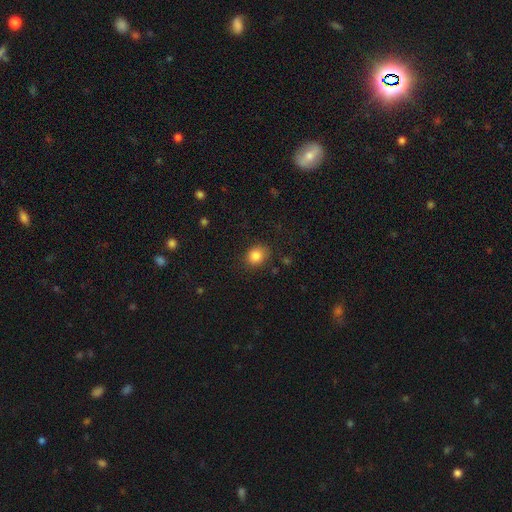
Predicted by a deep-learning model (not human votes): Smooth or featured? Predicted: smooth (p=0.84). How rounded? Predicted: round (p=0.67). Merging? Predicted: none (p=0.84).